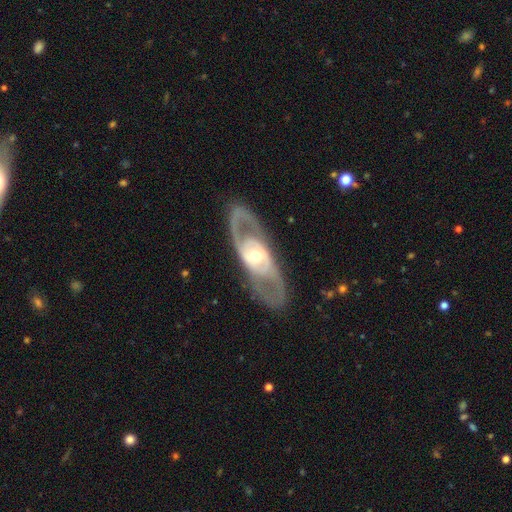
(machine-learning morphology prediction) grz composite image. It shows a featured or disk galaxy (82%) with no bar (74%), spiral arms (57%) and a moderate central bulge (70%). Merging: none (78%).